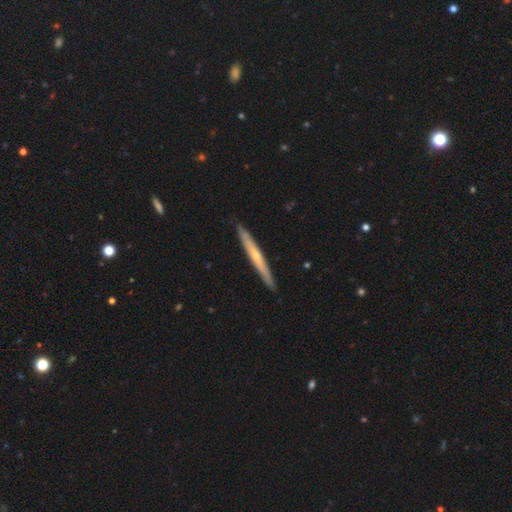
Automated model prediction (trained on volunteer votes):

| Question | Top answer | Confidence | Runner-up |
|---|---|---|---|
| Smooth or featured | featured or disk | 58% | smooth (37%) |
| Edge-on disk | yes | 95% | no (5%) |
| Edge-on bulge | rounded | 53% | none (44%) |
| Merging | none | 90% | minor disturbance (7%) |